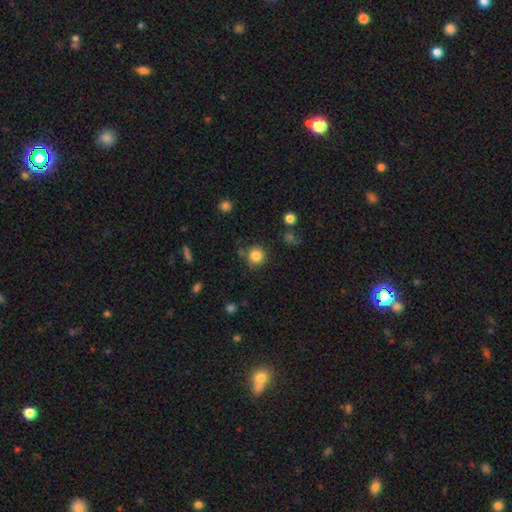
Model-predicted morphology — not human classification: smooth-or-featured: smooth: 83% | star or artifact: 11% | featured or disk: 6%
  how-rounded: round: 92% | in between: 7% | cigar-shaped: 1%
  merging: none: 81% | minor disturbance: 10% | merger: 6% | major disturbance: 3%